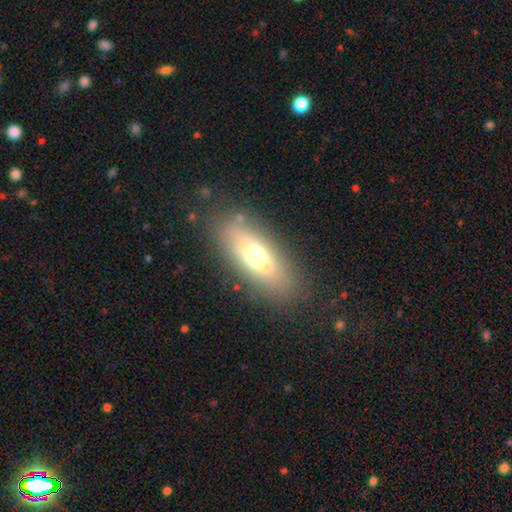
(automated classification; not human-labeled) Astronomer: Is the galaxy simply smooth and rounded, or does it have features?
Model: smooth — 59%.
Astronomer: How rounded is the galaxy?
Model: in between — 72%.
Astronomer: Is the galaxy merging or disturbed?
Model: none — 82%.